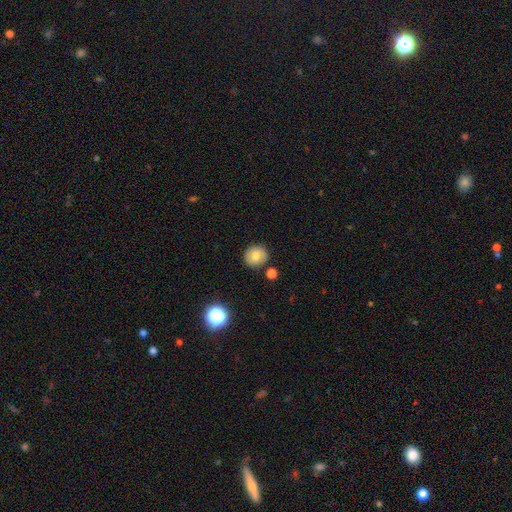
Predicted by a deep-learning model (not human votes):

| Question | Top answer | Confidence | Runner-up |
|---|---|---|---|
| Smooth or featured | smooth | 73% | featured or disk (16%) |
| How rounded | round | 87% | in between (12%) |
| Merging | none | 84% | minor disturbance (10%) |